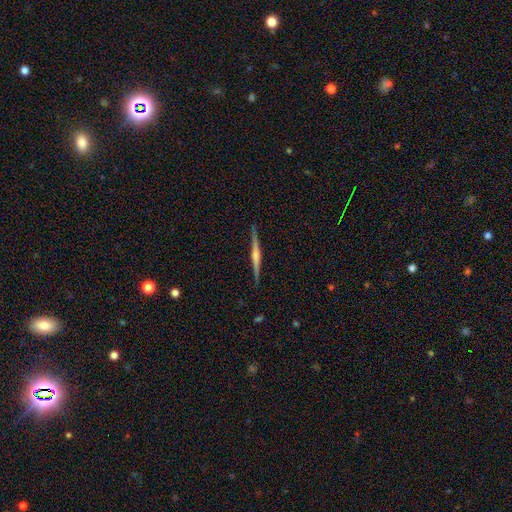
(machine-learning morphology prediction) This appears to be a featured or disk galaxy (74%) viewed edge-on (98%) with a rounded central bulge (64%). Merging: none (91%).